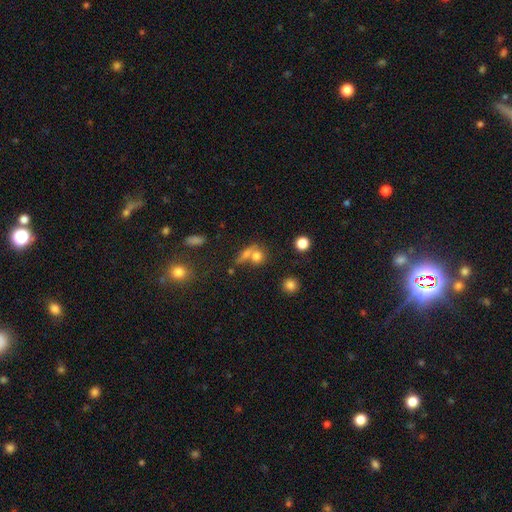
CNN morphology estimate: Smooth or featured: smooth — 72% (featured or disk — 14%)
How rounded: round — 71% (in between — 24%)
Merging: merger — 44% (none — 42%)